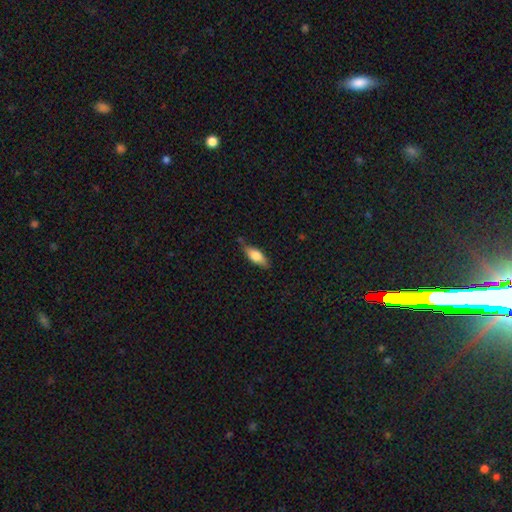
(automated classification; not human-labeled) Smooth or featured? Predicted: smooth (p=0.72). How rounded? Predicted: in between (p=0.69). Merging? Predicted: none (p=0.69).